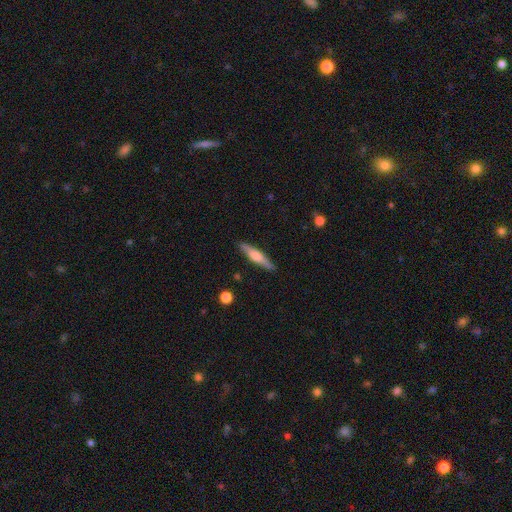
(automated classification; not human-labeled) A featured or disk galaxy (50%). Merging: none (89%).